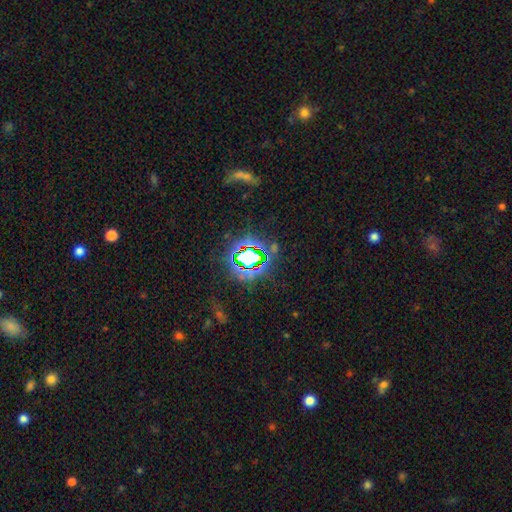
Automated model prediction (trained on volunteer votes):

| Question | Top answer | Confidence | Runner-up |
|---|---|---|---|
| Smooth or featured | star or artifact | 78% | smooth (13%) |